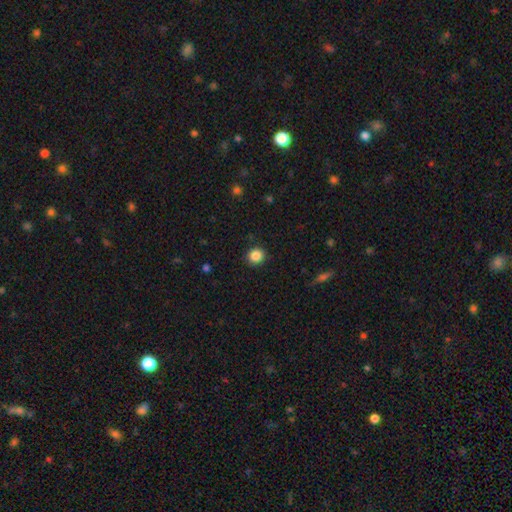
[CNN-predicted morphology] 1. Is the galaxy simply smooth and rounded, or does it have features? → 86% smooth, 10% star or artifact, 4% featured or disk.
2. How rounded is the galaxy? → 87% round, 13% in between, 1% cigar-shaped.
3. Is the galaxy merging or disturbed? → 90% none, 7% minor disturbance, 2% major disturbance, 1% merger.